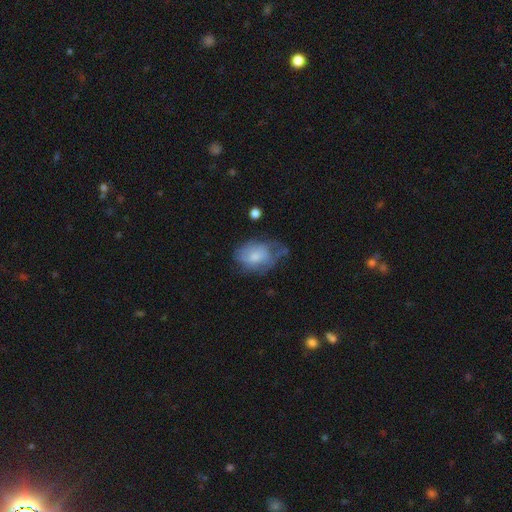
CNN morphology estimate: Overall: smooth (53%; featured or disk 39%). How rounded: in between (79%). Merging: none (37%; minor disturbance 34%).